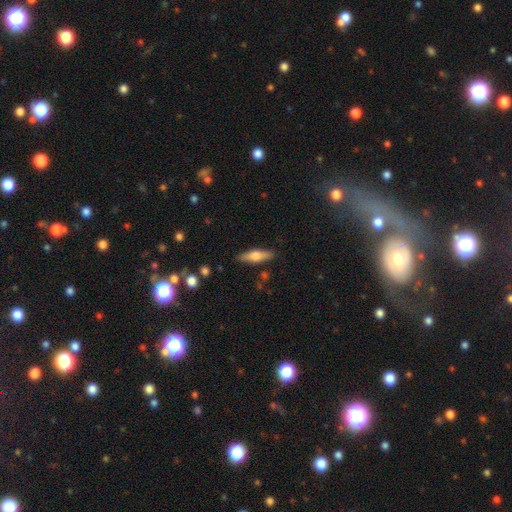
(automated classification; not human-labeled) This appears to be a smooth galaxy with no disk features (55%) that is cigar-shaped (55%). Merging: none (86%).